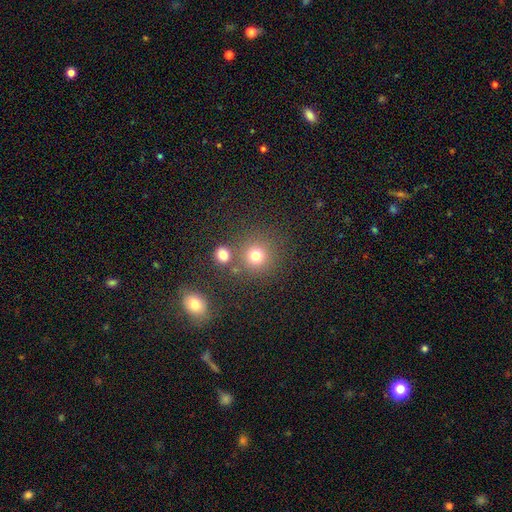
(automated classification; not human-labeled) Smooth or featured: smooth — 75% (star or artifact — 17%)
How rounded: round — 91% (in between — 8%)
Merging: none — 75% (merger — 12%)